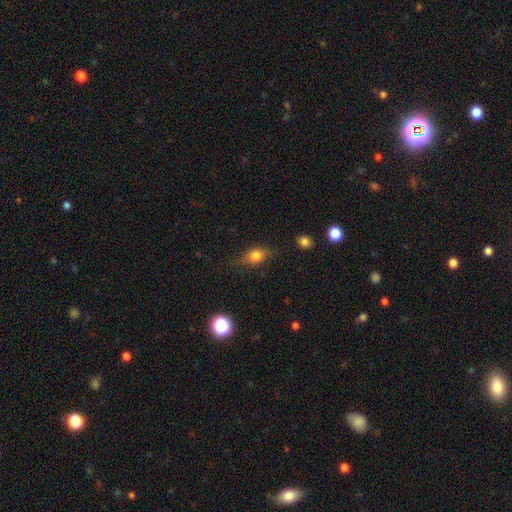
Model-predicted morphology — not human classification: This appears to be a smooth galaxy with no disk features (76%) that is in between round and cigar-shaped (69%). Merging: none (71%).